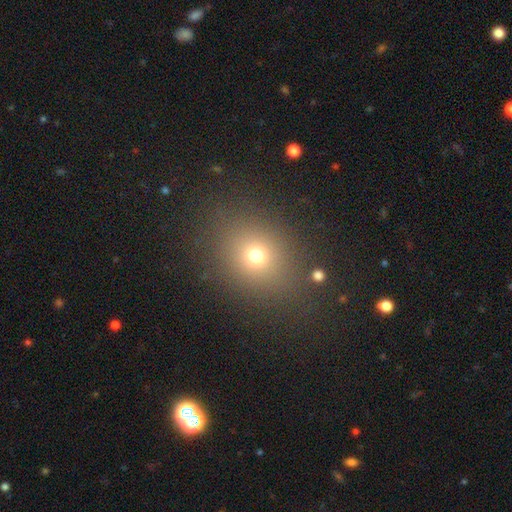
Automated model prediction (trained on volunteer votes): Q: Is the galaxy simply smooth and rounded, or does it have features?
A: smooth — 69%.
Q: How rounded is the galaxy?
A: round — 67%.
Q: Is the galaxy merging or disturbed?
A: none — 82%.